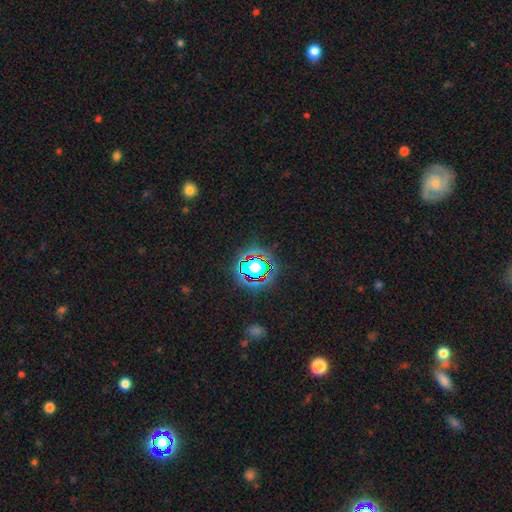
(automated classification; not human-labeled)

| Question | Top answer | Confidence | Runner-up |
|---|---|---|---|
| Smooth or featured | star or artifact | 79% | smooth (13%) |